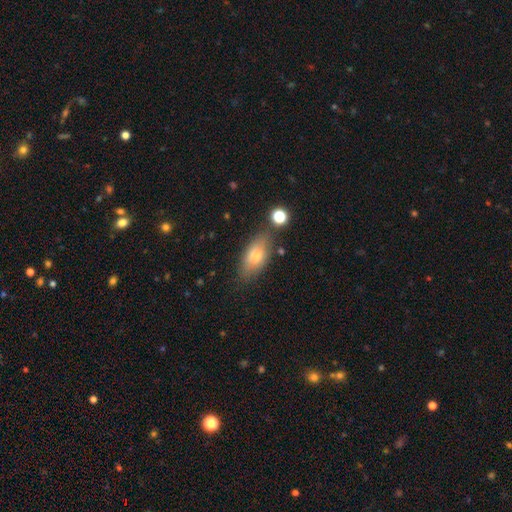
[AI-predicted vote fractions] smooth_or_featured: smooth (p=0.68) [alt: featured or disk p=0.23]
how_rounded: in between (p=0.80) [alt: cigar-shaped p=0.16]
merging: none (p=0.72) [alt: minor disturbance p=0.18]